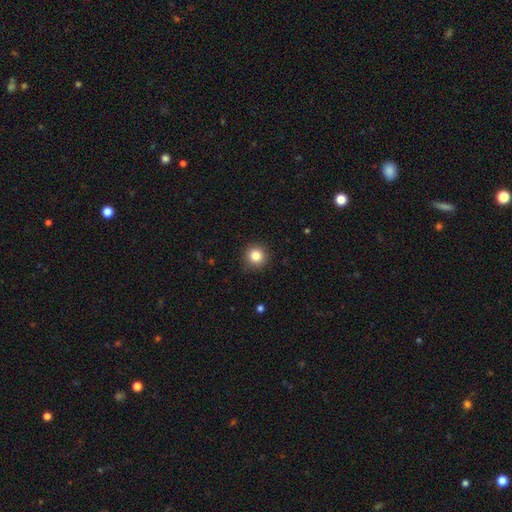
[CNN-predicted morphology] A smooth galaxy with no disk features (84%) that is round (94%). Merging: none (91%).